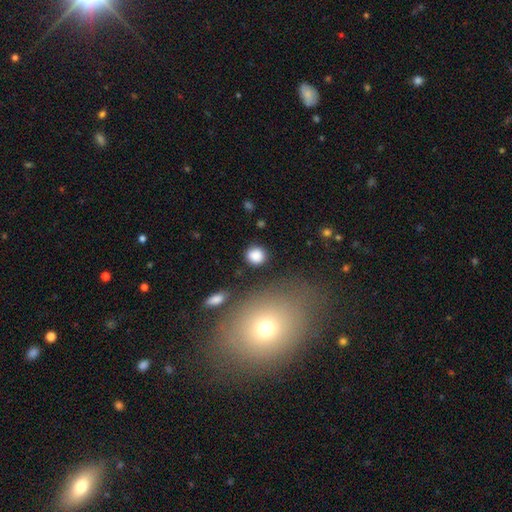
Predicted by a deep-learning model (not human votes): Smooth or featured? Predicted: smooth (p=0.85). How rounded? Predicted: round (p=0.84). Merging? Predicted: none (p=0.80).